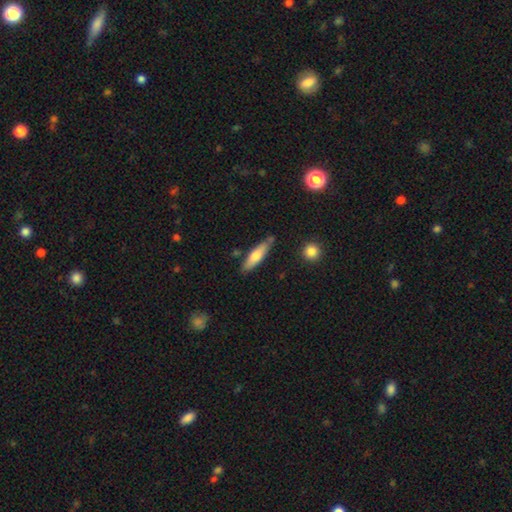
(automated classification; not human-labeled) This is likely a smooth galaxy (66%). How rounded: likely cigar-shaped (73%). Merging: likely none (76%).